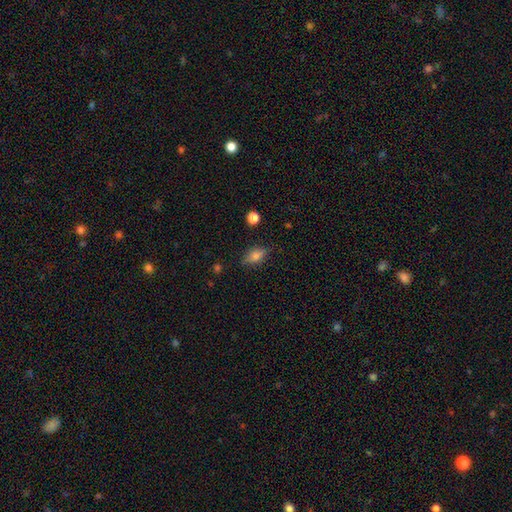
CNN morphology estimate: smooth 68%, featured or disk 21%, star or artifact 11%. Down the decision tree: how rounded — in between (79%); merging — none (79%).